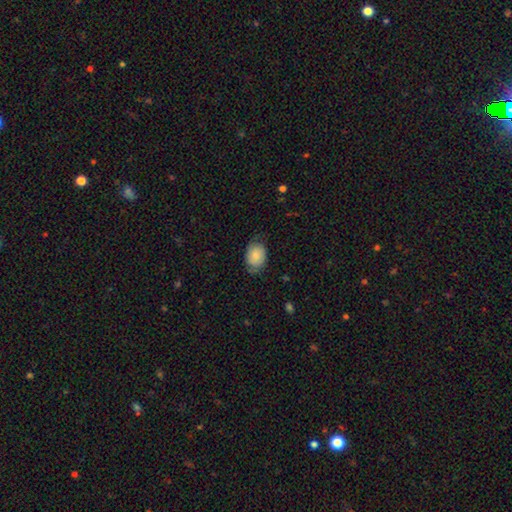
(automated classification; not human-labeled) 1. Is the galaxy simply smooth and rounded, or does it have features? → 79% smooth, 14% featured or disk, 7% star or artifact.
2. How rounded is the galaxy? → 73% in between, 26% round, 1% cigar-shaped.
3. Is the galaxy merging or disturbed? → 66% none, 26% minor disturbance, 7% major disturbance, 1% merger.